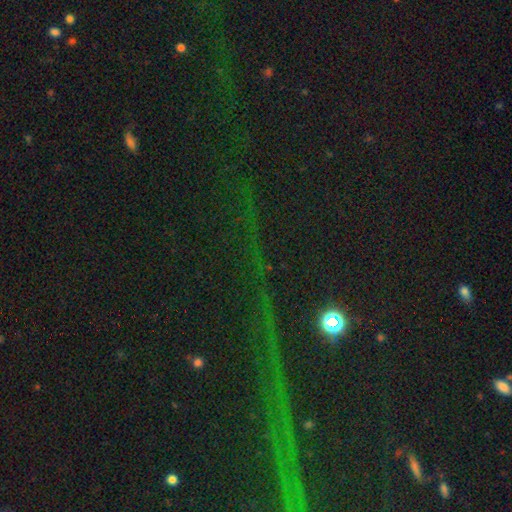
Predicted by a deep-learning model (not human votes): A star or artifact, not a galaxy (81%).